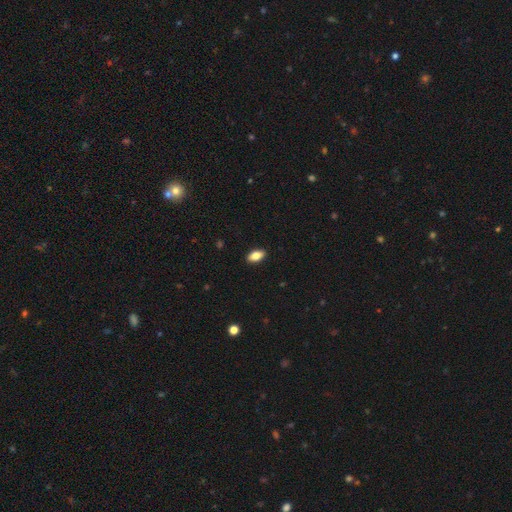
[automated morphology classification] Smooth or featured: smooth — 84% (featured or disk — 9%)
How rounded: in between — 91% (cigar-shaped — 5%)
Merging: none — 90% (minor disturbance — 7%)